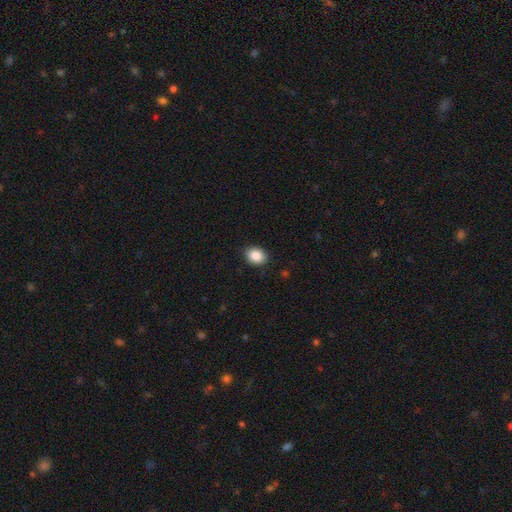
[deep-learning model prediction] This appears to be a smooth galaxy with no disk features (88%) that is in between round and cigar-shaped (60%). Merging: none (87%).